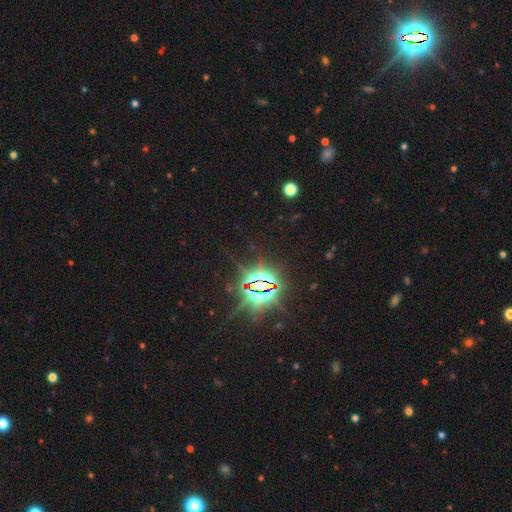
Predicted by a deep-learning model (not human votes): Smooth or featured?
  - star or artifact: 85% *
  - smooth: 9%
  - featured or disk: 6%